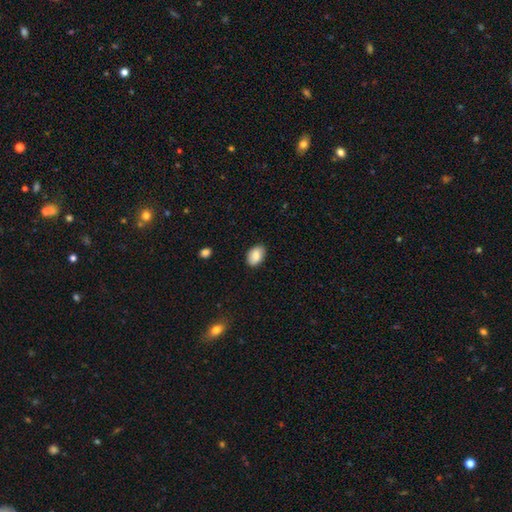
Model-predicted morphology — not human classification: smooth_or_featured: smooth (p=0.83) [alt: featured or disk p=0.10]
how_rounded: in between (p=0.86) [alt: round p=0.12]
merging: none (p=0.86) [alt: minor disturbance p=0.11]